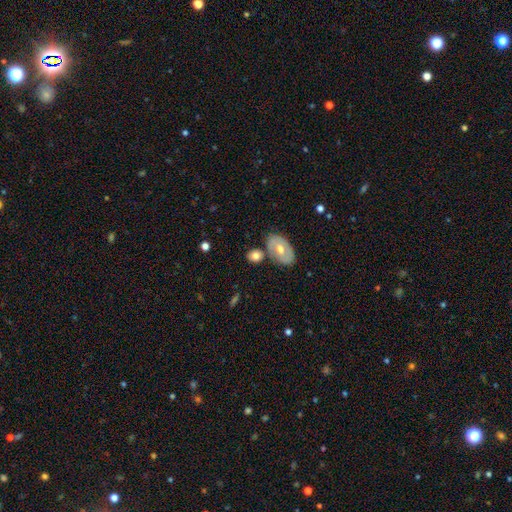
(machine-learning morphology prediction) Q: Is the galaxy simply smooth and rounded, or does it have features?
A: smooth — 70%.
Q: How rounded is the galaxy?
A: in between — 60%.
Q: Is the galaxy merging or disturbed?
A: none — 63%.